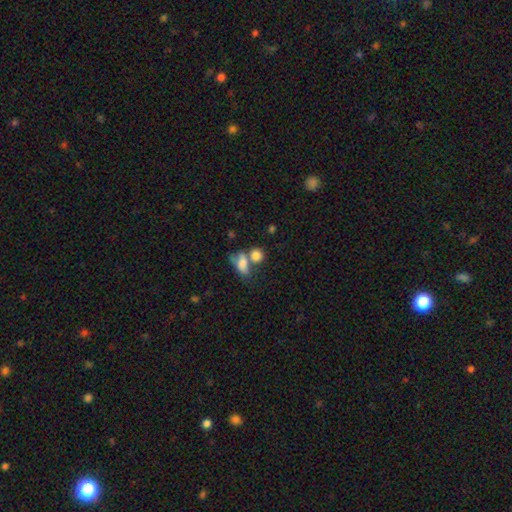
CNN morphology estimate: This is likely a smooth galaxy (80%). How rounded: possibly round (55%). Merging: possibly merger (47%).